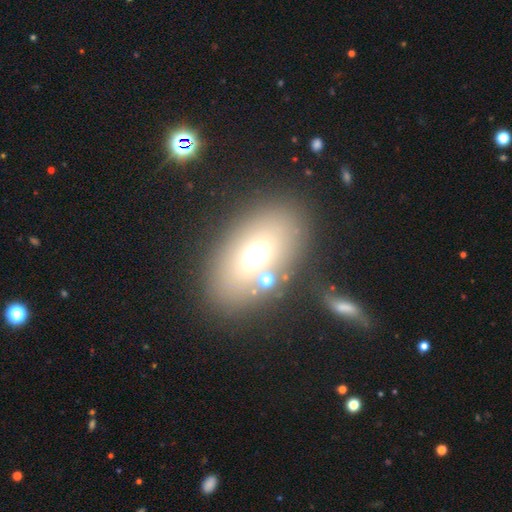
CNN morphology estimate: Q: Smooth or featured?
A: smooth (63%); runner-up: featured or disk (22%)
Q: How rounded?
A: in between (83%); runner-up: round (15%)
Q: Merging?
A: none (71%); runner-up: merger (12%)